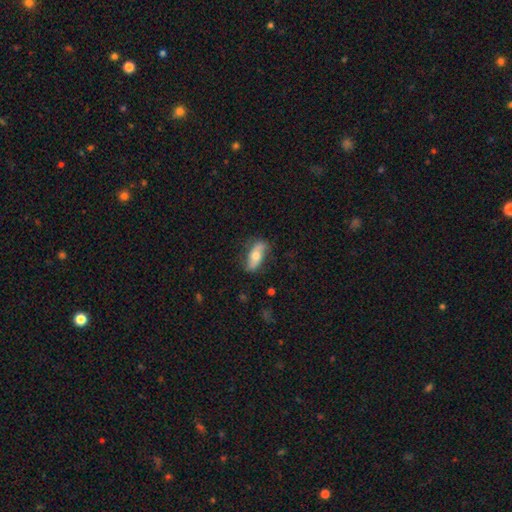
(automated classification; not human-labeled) Morphology: type=smooth (48%); merging=none (74%).